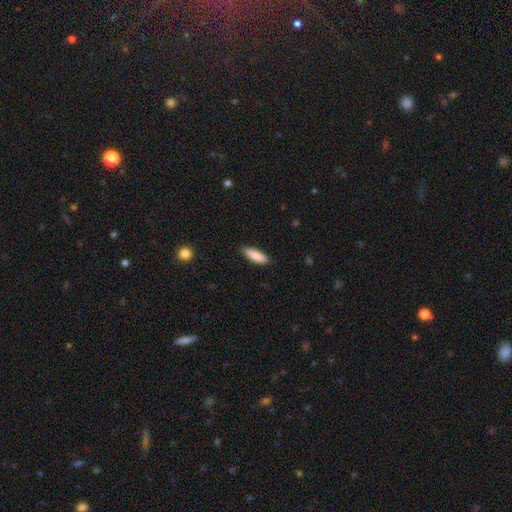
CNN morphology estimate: smooth-or-featured: smooth: 87% | featured or disk: 7% | star or artifact: 6%
  how-rounded: cigar-shaped: 57% | in between: 42% | round: 2%
  merging: none: 87% | minor disturbance: 10% | major disturbance: 2% | merger: 1%